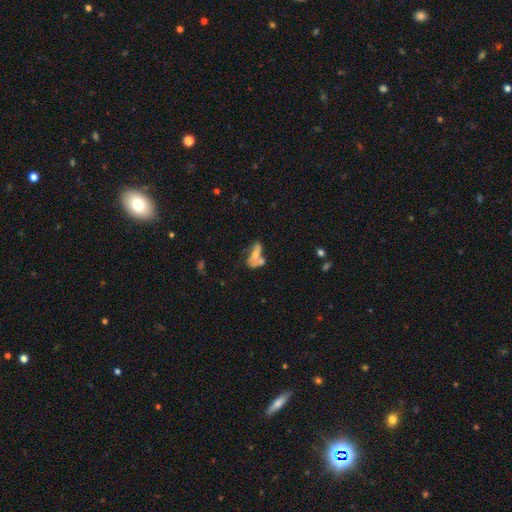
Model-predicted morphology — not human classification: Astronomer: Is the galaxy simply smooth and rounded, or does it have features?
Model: smooth — 48% (runner-up: featured or disk, 42%).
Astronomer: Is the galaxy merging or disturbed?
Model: merger — 49%.